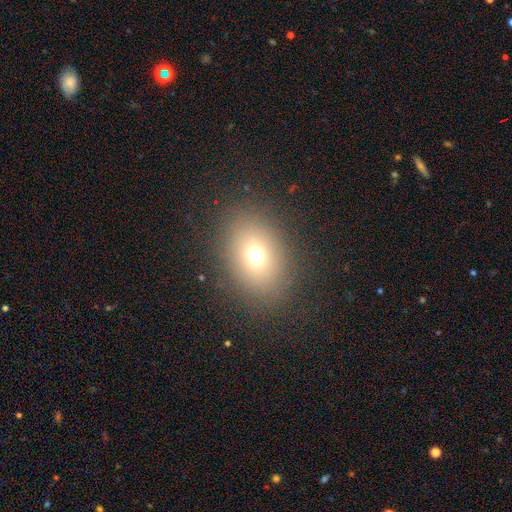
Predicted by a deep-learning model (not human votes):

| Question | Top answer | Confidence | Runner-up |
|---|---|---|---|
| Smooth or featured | smooth | 69% | star or artifact (18%) |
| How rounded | in between | 60% | round (39%) |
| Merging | none | 85% | minor disturbance (9%) |